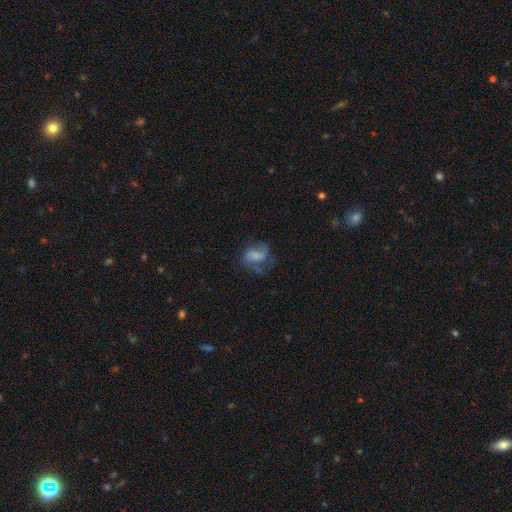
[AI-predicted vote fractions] Q: Smooth or featured?
A: featured or disk (52%); runner-up: smooth (38%)
Q: Edge-on disk?
A: no (97%); runner-up: yes (3%)
Q: Bar?
A: no (55%); runner-up: weak (34%)
Q: Spiral arms?
A: yes (77%); runner-up: no (23%)
Q: Bulge size?
A: none (32%); runner-up: small (29%)
Q: Merging?
A: none (42%); runner-up: major disturbance (32%)